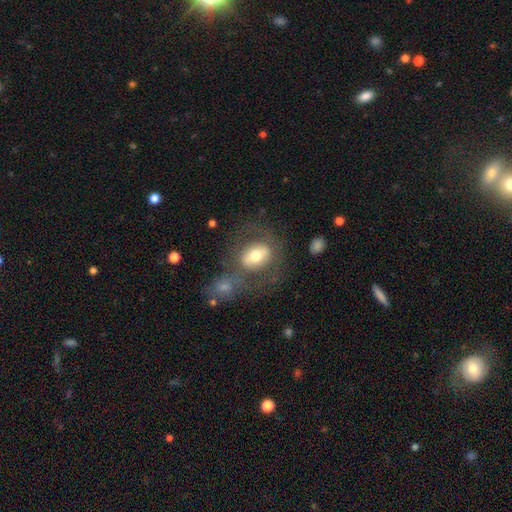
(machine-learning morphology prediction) This is possibly a smooth galaxy (56%). How rounded: possibly in between (55%). Merging: possibly none (53%).